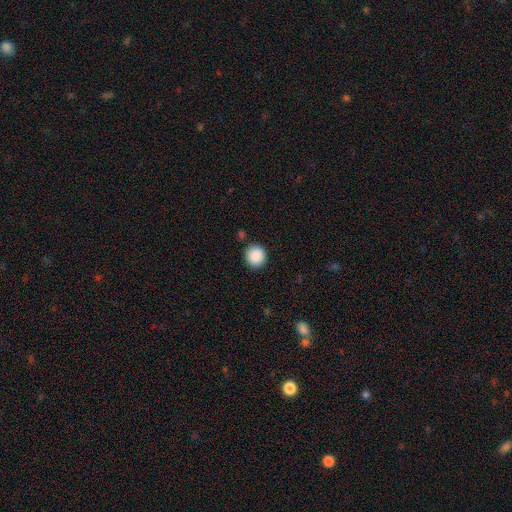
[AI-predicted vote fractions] Smooth or featured? smooth (89%)
How rounded? round (92%)
Merging? none (89%)